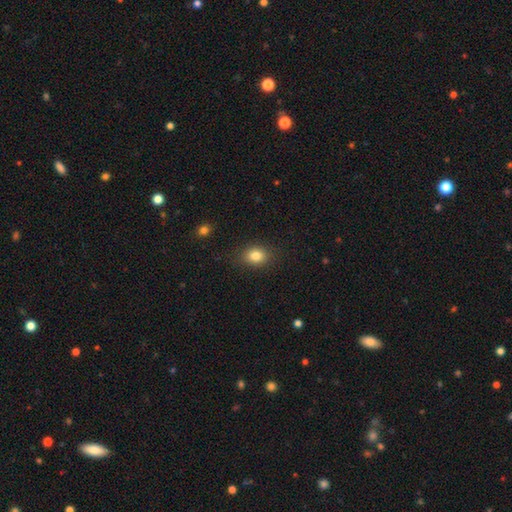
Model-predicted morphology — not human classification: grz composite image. It shows a smooth galaxy with no disk features (83%) that is in between round and cigar-shaped (57%). Merging: none (86%).